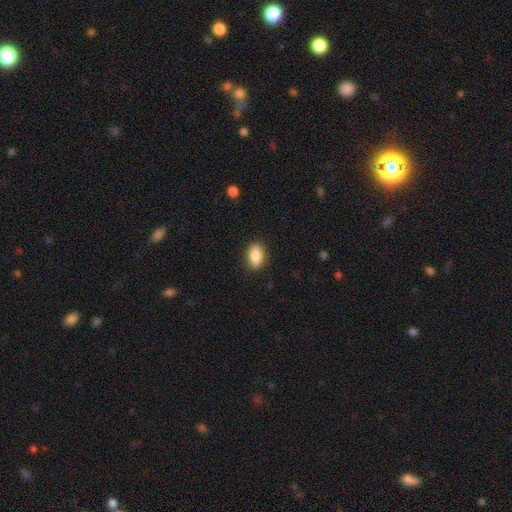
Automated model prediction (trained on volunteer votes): Smooth or featured? Predicted: smooth (p=0.85). How rounded? Predicted: in between (p=0.87). Merging? Predicted: none (p=0.85).